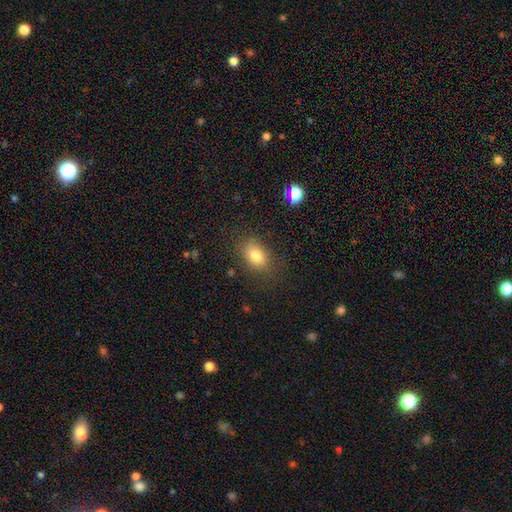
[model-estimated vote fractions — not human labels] A smooth galaxy with no disk features (81%) that is in between round and cigar-shaped (81%).

Vote fractions:
- Smooth or featured? smooth: 81% / star or artifact: 10% / featured or disk: 9%
- How rounded? in between: 81% / round: 17% / cigar-shaped: 2%
- Merging? none: 79% / minor disturbance: 14% / major disturbance: 5% / merger: 2%